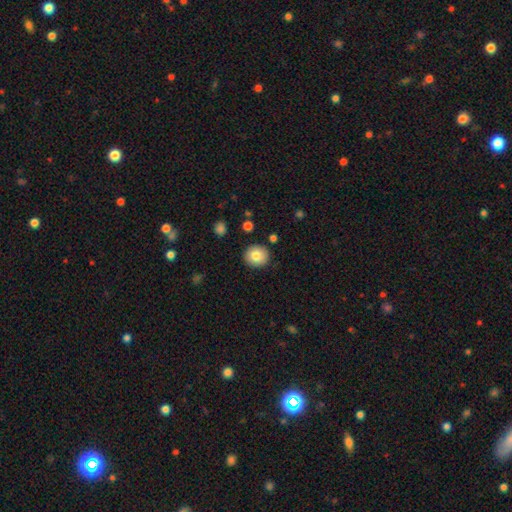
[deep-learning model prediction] smooth 81%, featured or disk 10%, star or artifact 9%. Down the decision tree: how rounded — round (89%); merging — none (89%).